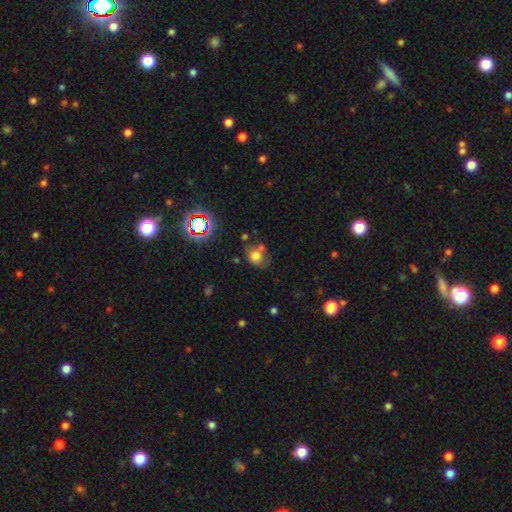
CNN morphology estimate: A smooth galaxy with no disk features (71%) that is round (62%). Merging: none (55%).